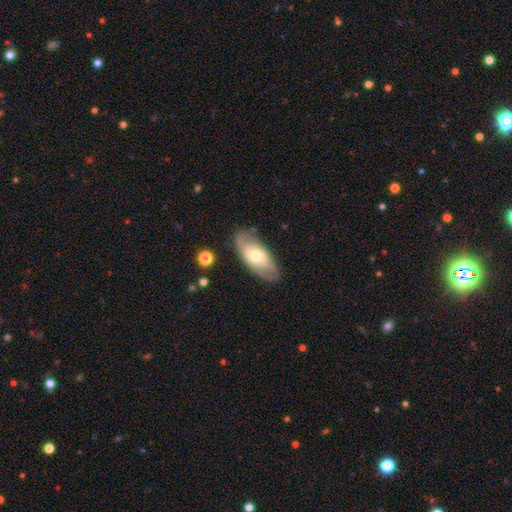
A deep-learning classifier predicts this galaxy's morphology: Smooth or featured? smooth (52%)
How rounded? in between (88%)
Merging? none (78%)